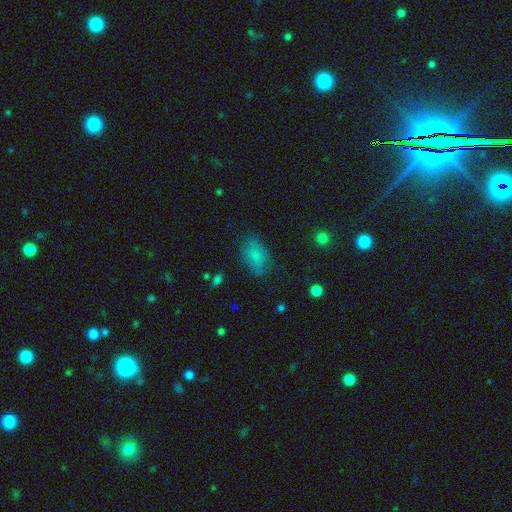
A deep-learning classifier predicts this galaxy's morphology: Smooth or featured?
  - smooth: 77% *
  - featured or disk: 12%
  - star or artifact: 11%
How rounded?
  - in between: 88% *
  - round: 10%
  - cigar-shaped: 2%
Merging?
  - none: 72% *
  - minor disturbance: 19%
  - major disturbance: 7%
  - merger: 2%